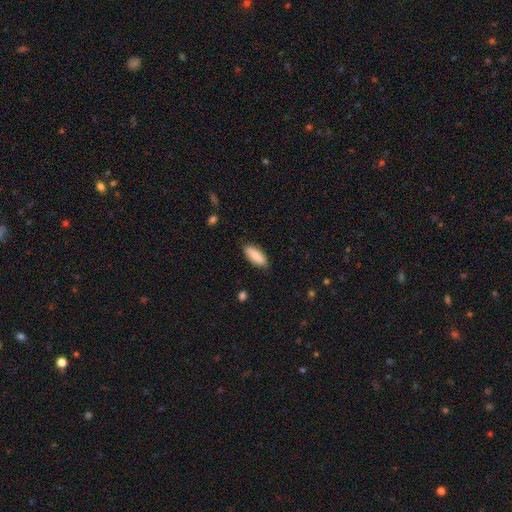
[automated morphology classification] Overall: smooth (85%). How rounded: in between (71%). Merging: none (84%).